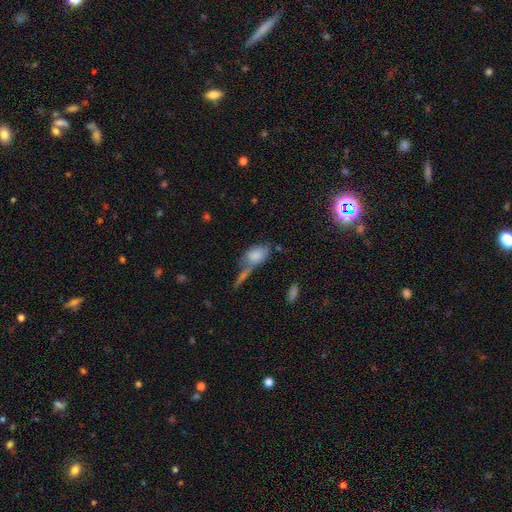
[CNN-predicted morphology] This appears to be a smooth galaxy with no disk features (79%) that is in between round and cigar-shaped (87%). Merging: merger (38%).